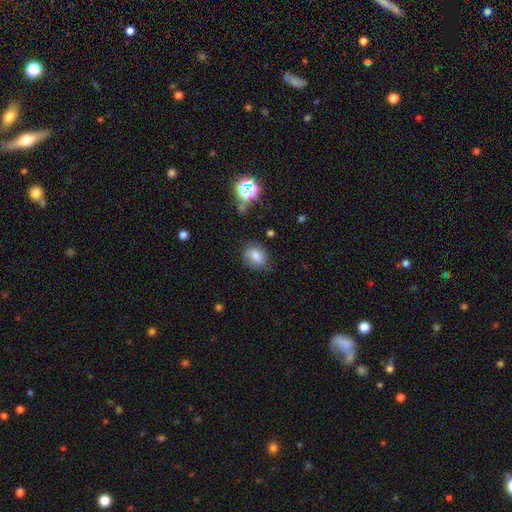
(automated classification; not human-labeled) The model was most divided on "how rounded": in between: 51%, round: 48%, cigar-shaped: 1%. More confident: merging — none (70%); smooth or featured — smooth (64%).